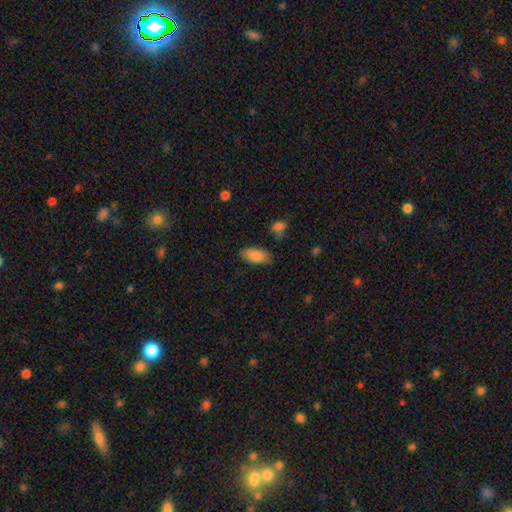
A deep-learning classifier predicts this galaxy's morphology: smooth_or_featured: smooth (p=0.84) [alt: featured or disk p=0.09]
how_rounded: in between (p=0.91) [alt: cigar-shaped p=0.06]
merging: none (p=0.77) [alt: minor disturbance p=0.16]